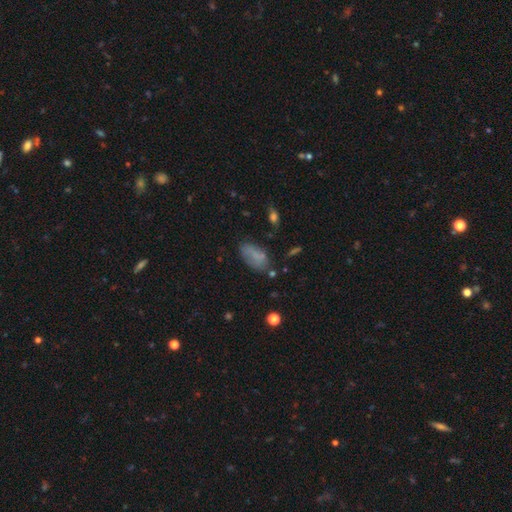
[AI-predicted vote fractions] Smooth or featured?
  - smooth: 71% *
  - featured or disk: 17%
  - star or artifact: 11%
How rounded?
  - in between: 90% *
  - cigar-shaped: 5%
  - round: 5%
Merging?
  - none: 59% *
  - minor disturbance: 25%
  - major disturbance: 11%
  - merger: 6%